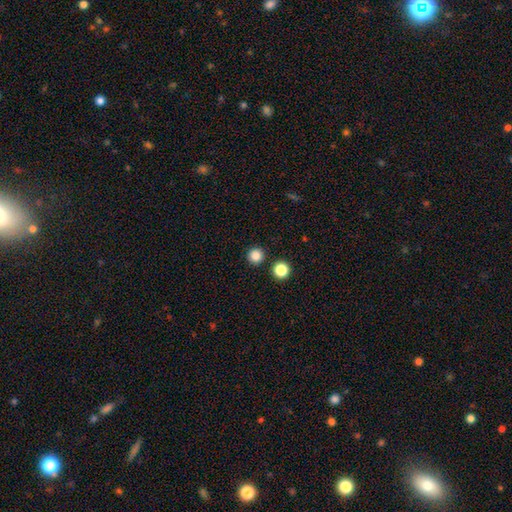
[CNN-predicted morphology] A smooth galaxy with no disk features (85%) that is round (96%). Merging: none (91%).